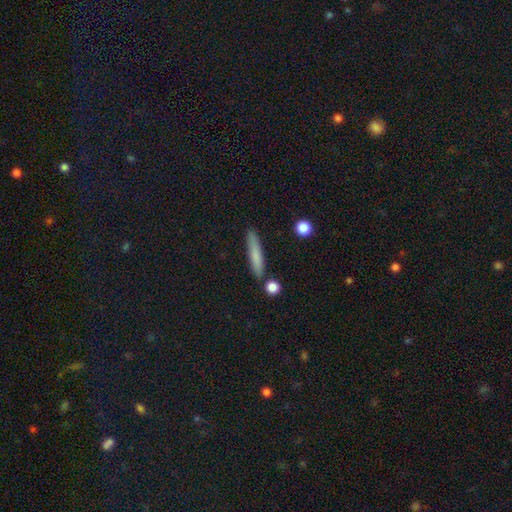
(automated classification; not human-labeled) A smooth galaxy with no disk features (75%) that is cigar-shaped (90%). Merging: none (82%).